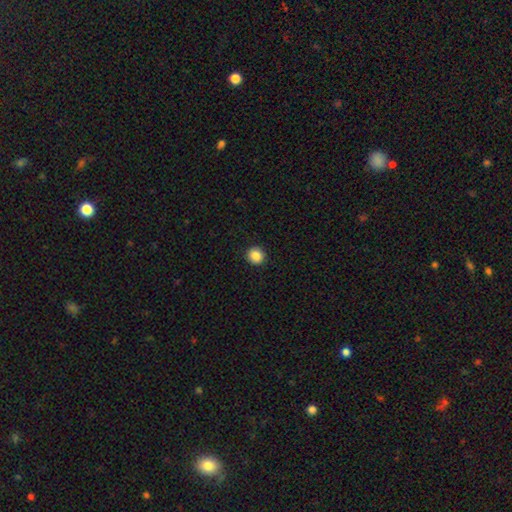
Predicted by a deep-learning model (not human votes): Morphology: type=smooth (87%); roundness=round (93%); merging=none (93%).